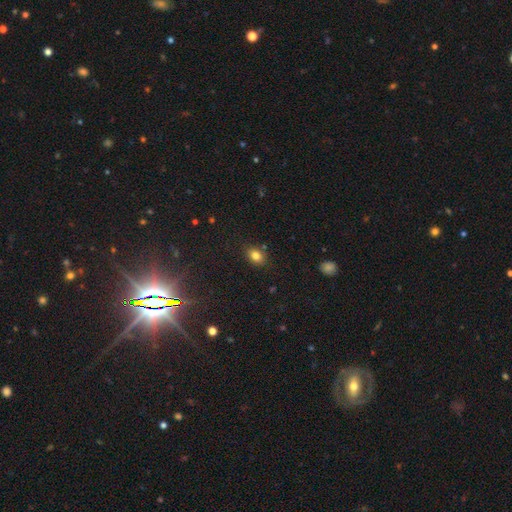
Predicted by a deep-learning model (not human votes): Smooth or featured? Predicted: smooth (p=0.82). How rounded? Predicted: in between (p=0.67). Merging? Predicted: none (p=0.81).